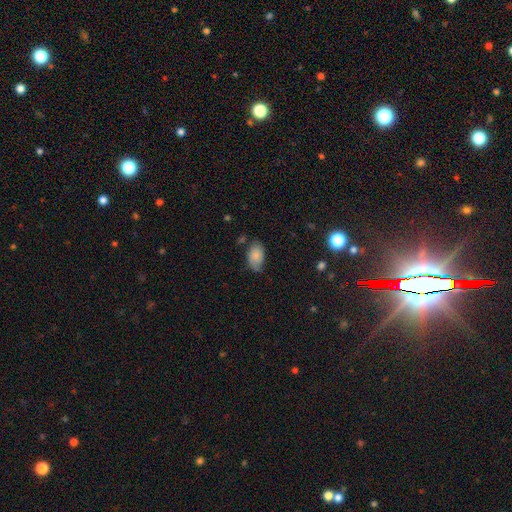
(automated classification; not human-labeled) Smooth or featured: smooth — 81% (featured or disk — 11%)
How rounded: in between — 91% (round — 7%)
Merging: none — 64% (minor disturbance — 27%)